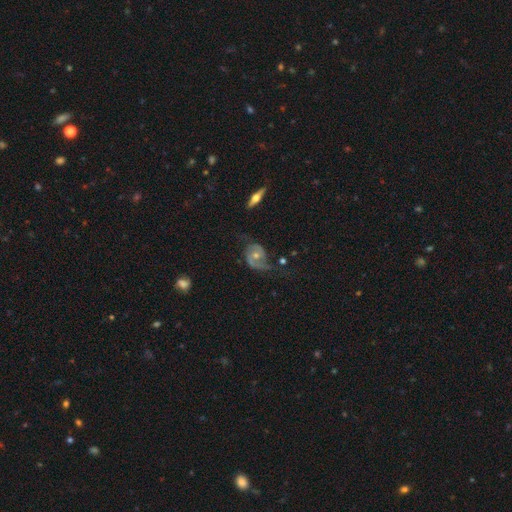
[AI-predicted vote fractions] Q: Smooth or featured?
A: featured or disk (79%); runner-up: smooth (14%)
Q: Edge-on disk?
A: no (96%); runner-up: yes (4%)
Q: Bar?
A: no (64%); runner-up: weak (28%)
Q: Spiral arms?
A: yes (92%); runner-up: no (8%)
Q: Spiral winding?
A: medium (43%); runner-up: loose (36%)
Q: Spiral arm count?
A: 2 (79%); runner-up: 1 (12%)
Q: Bulge size?
A: moderate (57%); runner-up: small (37%)
Q: Merging?
A: none (51%); runner-up: minor disturbance (25%)